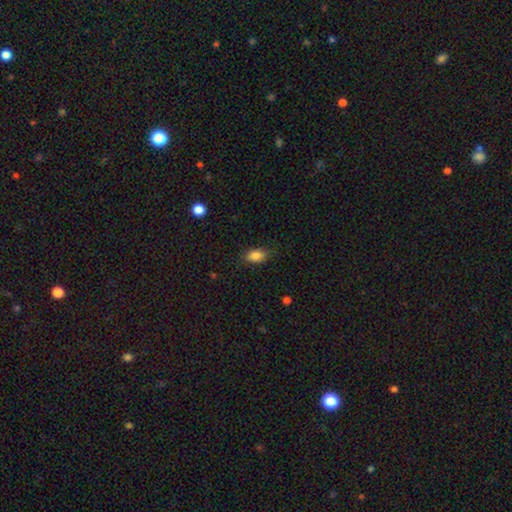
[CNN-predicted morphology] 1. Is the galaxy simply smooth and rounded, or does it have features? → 85% smooth, 8% star or artifact, 7% featured or disk.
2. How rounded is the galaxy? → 86% in between, 12% round, 2% cigar-shaped.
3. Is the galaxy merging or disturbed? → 80% none, 15% minor disturbance, 3% major disturbance, 1% merger.